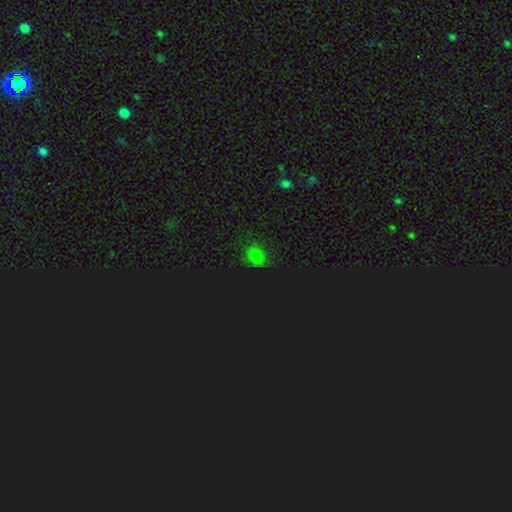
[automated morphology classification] Smooth or featured? smooth (64%)
How rounded? round (50%)
Merging? none (77%)